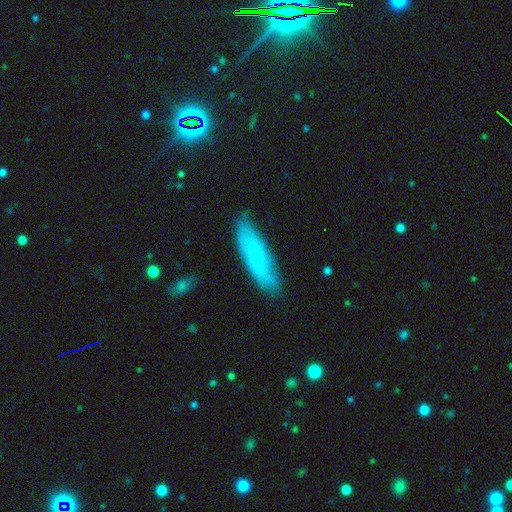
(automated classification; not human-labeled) Smooth or featured? Predicted: smooth (p=0.58). How rounded? Predicted: cigar-shaped (p=0.62). Merging? Predicted: none (p=0.79).